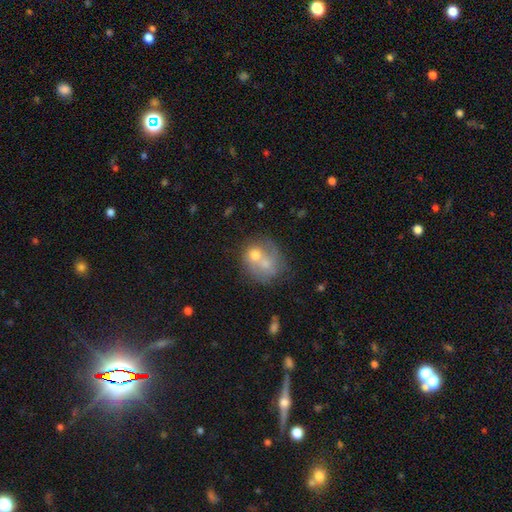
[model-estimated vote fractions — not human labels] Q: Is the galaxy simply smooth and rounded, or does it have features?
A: smooth — 54%.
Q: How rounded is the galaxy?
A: round — 64%.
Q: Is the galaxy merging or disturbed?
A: merger — 63%.